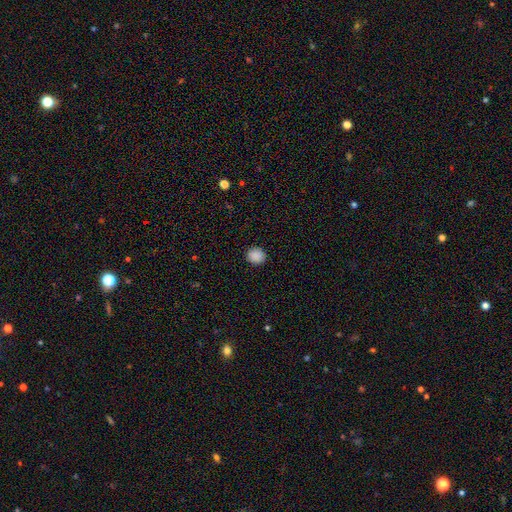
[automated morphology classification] type=smooth (89%); roundness=round (83%); merging=none (92%).